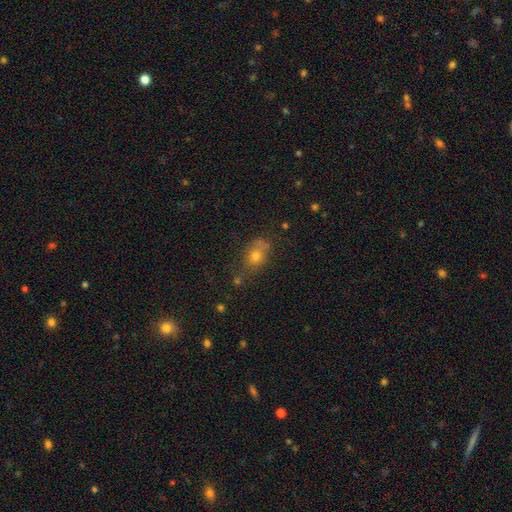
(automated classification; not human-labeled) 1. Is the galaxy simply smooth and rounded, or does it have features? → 65% smooth, 20% star or artifact, 15% featured or disk.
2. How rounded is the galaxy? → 50% round, 48% in between, 3% cigar-shaped.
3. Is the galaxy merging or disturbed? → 57% none, 21% minor disturbance, 13% merger, 9% major disturbance.